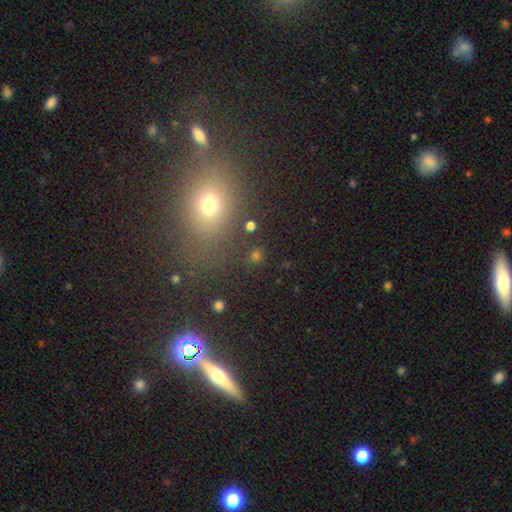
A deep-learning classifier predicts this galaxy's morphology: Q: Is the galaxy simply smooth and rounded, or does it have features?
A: smooth — 61%.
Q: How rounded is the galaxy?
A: round — 75%.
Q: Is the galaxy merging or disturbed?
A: none — 82%.